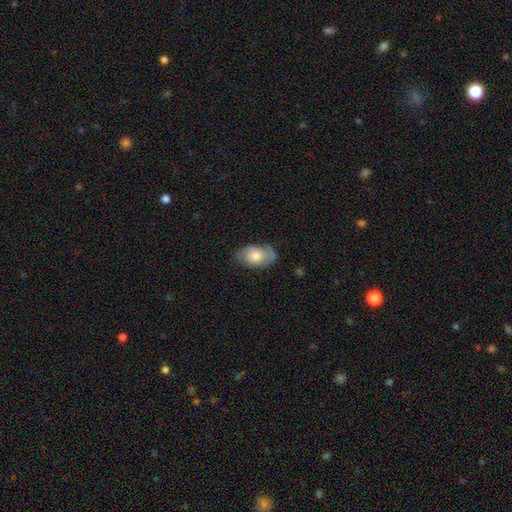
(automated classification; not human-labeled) smooth_or_featured: featured or disk (p=0.54) [alt: smooth p=0.39]
disk_edge_on: no (p=0.94) [alt: yes p=0.06]
bar: no (p=0.79) [alt: weak p=0.18]
has_spiral_arms: yes (p=0.80) [alt: no p=0.20]
bulge_size: moderate (p=0.60) [alt: small p=0.19]
merging: none (p=0.66) [alt: minor disturbance p=0.25]